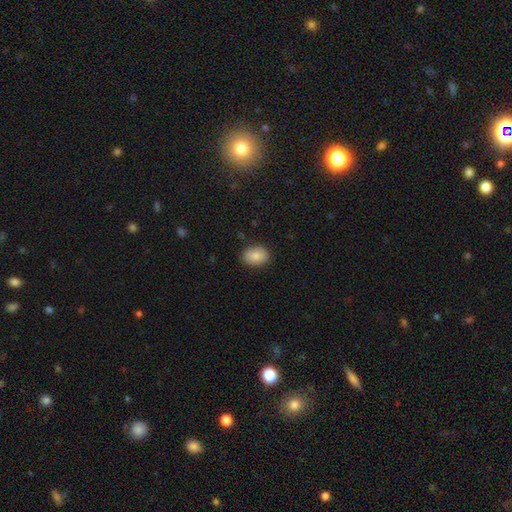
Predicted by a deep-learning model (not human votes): Overall: smooth (84%). How rounded: in between (72%). Merging: none (85%).